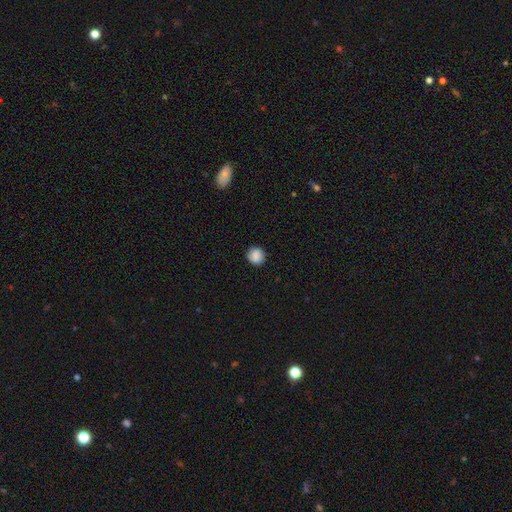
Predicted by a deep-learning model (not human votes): Overall: smooth (88%). How rounded: round (91%). Merging: none (89%).